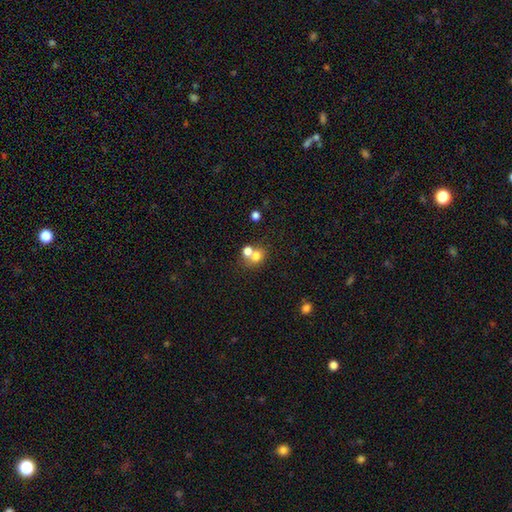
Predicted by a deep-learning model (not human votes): Smooth or featured? Predicted: smooth (p=0.73). How rounded? Predicted: round (p=0.68). Merging? Predicted: merger (p=0.49).